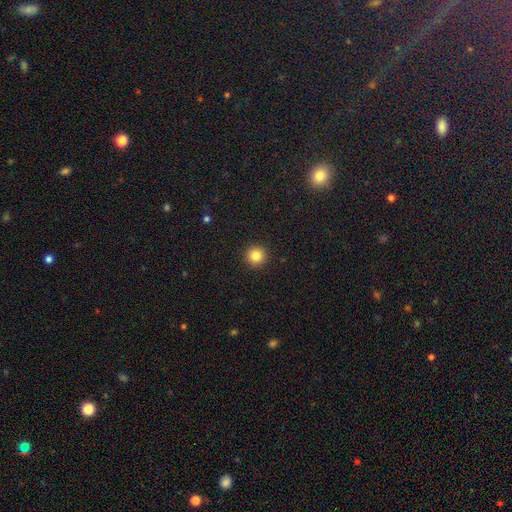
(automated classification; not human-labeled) Overall: smooth (84%). How rounded: round (96%). Merging: none (93%).